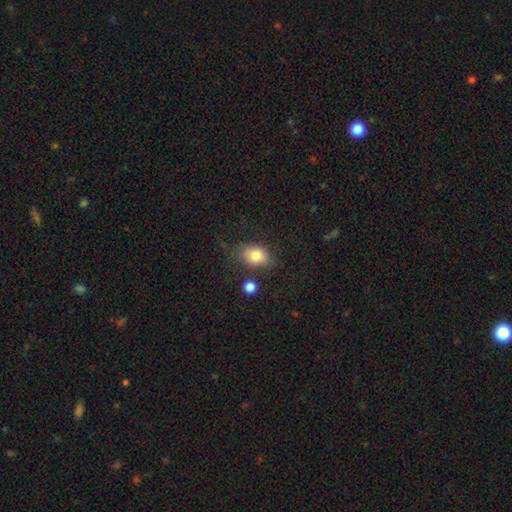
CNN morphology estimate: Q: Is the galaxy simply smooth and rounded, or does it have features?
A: smooth — 80%.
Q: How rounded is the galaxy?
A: in between — 75%.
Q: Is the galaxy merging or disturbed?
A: none — 71%.